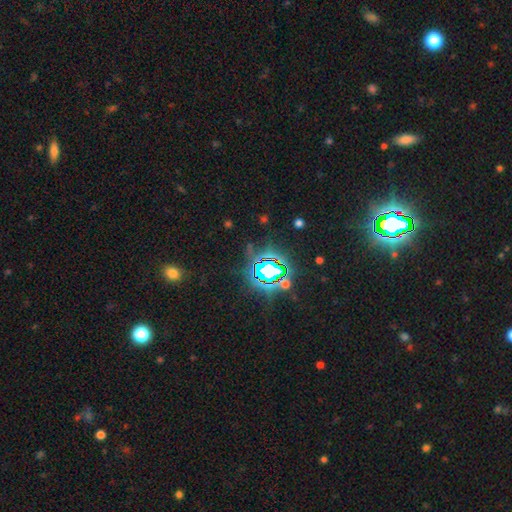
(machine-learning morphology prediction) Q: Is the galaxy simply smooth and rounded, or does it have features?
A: star or artifact — 82%.